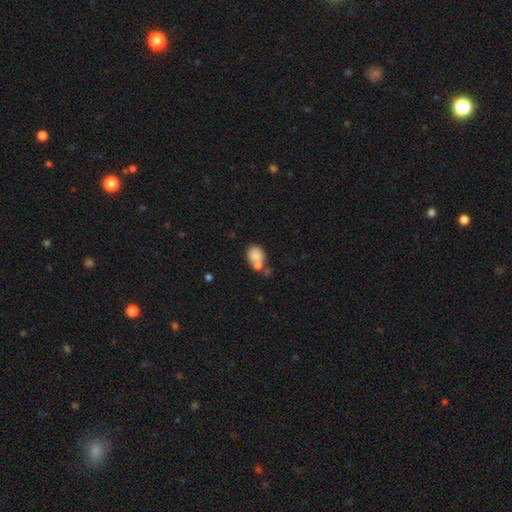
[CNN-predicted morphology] The model was most divided on "merging": none: 42%, merger: 41%, minor disturbance: 13%, major disturbance: 5%. More confident: smooth or featured — smooth (80%); how rounded — round (66%).